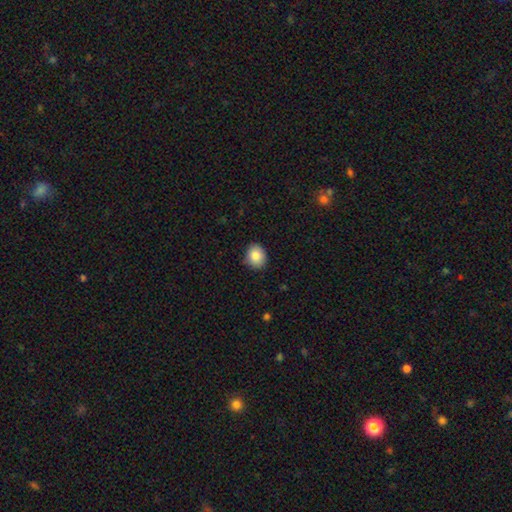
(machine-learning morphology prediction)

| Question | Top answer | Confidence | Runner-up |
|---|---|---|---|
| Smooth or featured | smooth | 87% | star or artifact (8%) |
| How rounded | round | 58% | in between (42%) |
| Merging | none | 83% | minor disturbance (14%) |